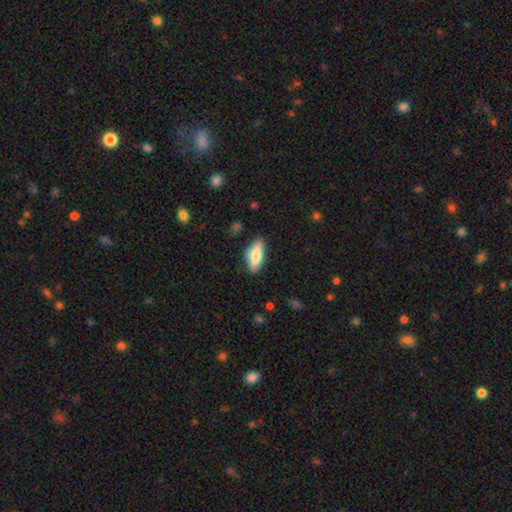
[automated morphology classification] smooth-or-featured: smooth: 74% | featured or disk: 19% | star or artifact: 6%
  how-rounded: in between: 58% | cigar-shaped: 39% | round: 2%
  merging: none: 81% | minor disturbance: 14% | major disturbance: 3% | merger: 2%